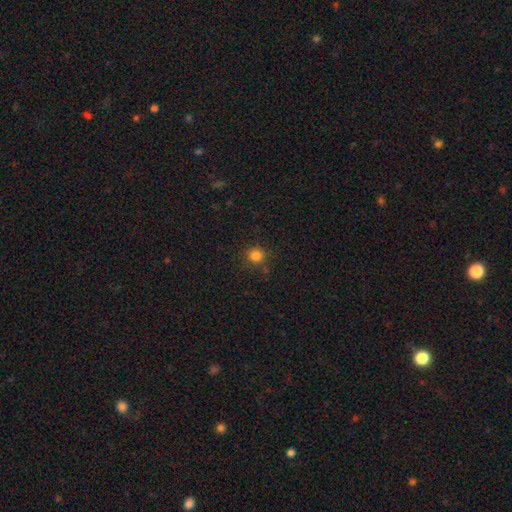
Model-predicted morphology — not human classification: Smooth or featured?
  - smooth: 82% *
  - star or artifact: 14%
  - featured or disk: 4%
How rounded?
  - round: 91% *
  - in between: 8%
  - cigar-shaped: 1%
Merging?
  - none: 84% *
  - minor disturbance: 10%
  - major disturbance: 3%
  - merger: 2%